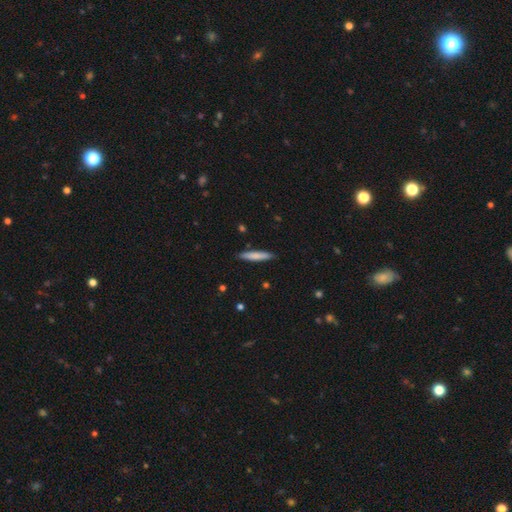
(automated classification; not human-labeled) Overall: smooth (77%). How rounded: cigar-shaped (91%). Merging: none (89%).